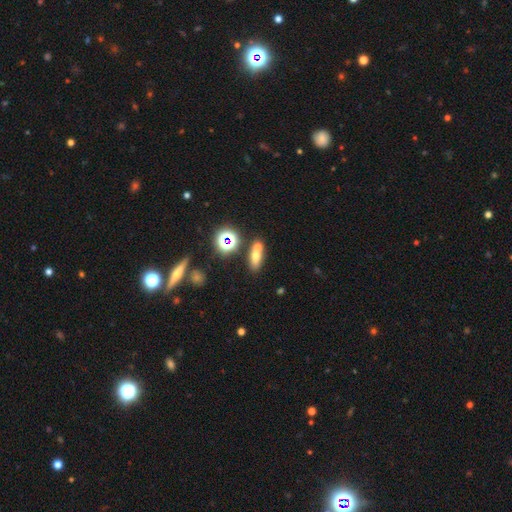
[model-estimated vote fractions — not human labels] Smooth or featured: smooth — 60% (star or artifact — 23%)
How rounded: in between — 62% (round — 26%)
Merging: none — 46% (merger — 39%)